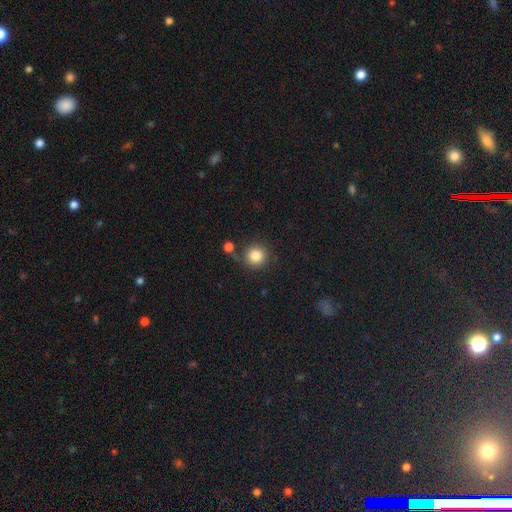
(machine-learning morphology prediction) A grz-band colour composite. It shows a smooth galaxy with no disk features (84%) that is round (94%). Merging: none (75%).